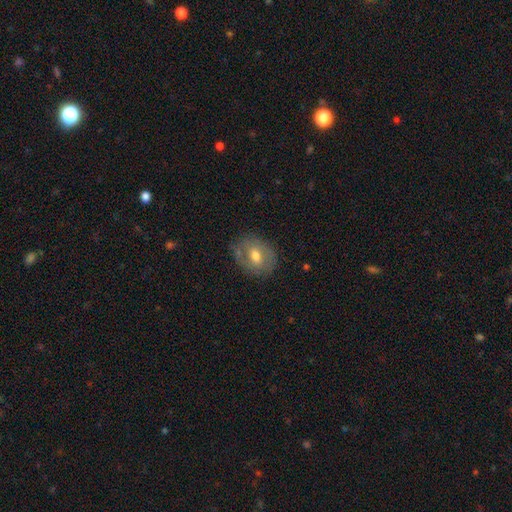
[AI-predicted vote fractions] Overall: smooth (54%; featured or disk 38%). How rounded: in between (53%; round 45%). Merging: none (73%).